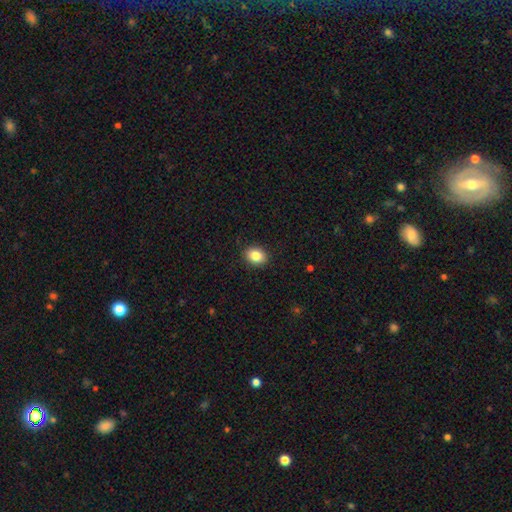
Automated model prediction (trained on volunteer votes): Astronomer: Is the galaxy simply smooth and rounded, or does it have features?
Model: smooth — 86%.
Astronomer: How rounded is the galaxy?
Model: in between — 60% (runner-up: round, 39%).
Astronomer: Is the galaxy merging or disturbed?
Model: none — 90%.